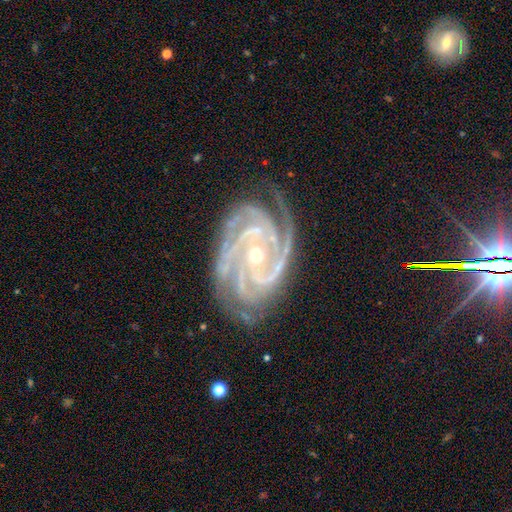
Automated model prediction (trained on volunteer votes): Overall: featured or disk (93%). Edge-on disk: no (97%). Bar: no (55%; weak 26%). Spiral arms: yes (99%). Spiral arm count: 3 (38%; 4 27%). Spiral winding: tight (75%). Bulge size: small (60%; moderate 37%). Merging: none (76%).